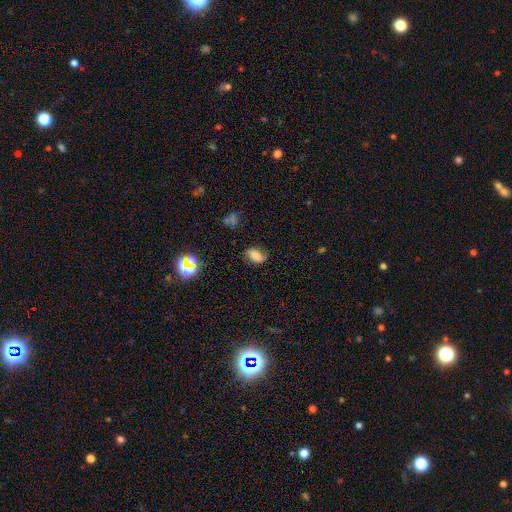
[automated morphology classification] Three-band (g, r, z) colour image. It shows a smooth galaxy with no disk features (58%) that is in between round and cigar-shaped (83%). Merging: none (72%).